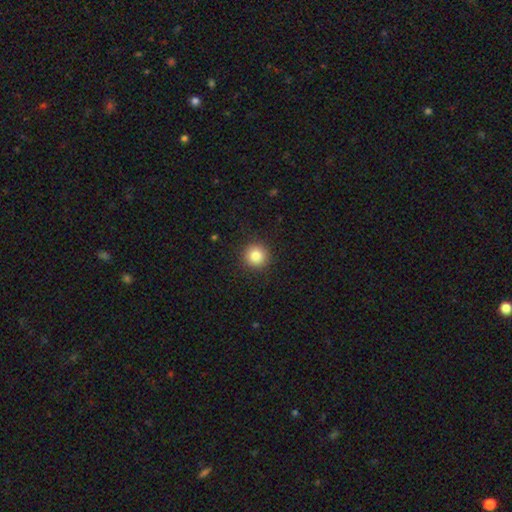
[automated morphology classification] smooth 84%, star or artifact 10%, featured or disk 5%. Down the decision tree: how rounded — round (94%); merging — none (92%).